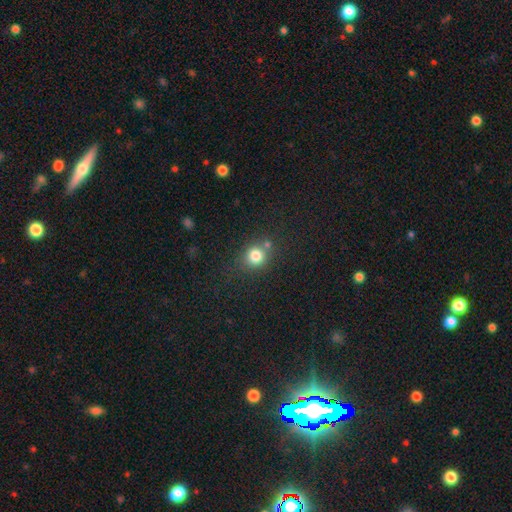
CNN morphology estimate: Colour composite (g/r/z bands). It shows a smooth galaxy with no disk features (80%) that is round (84%). Merging: none (68%).